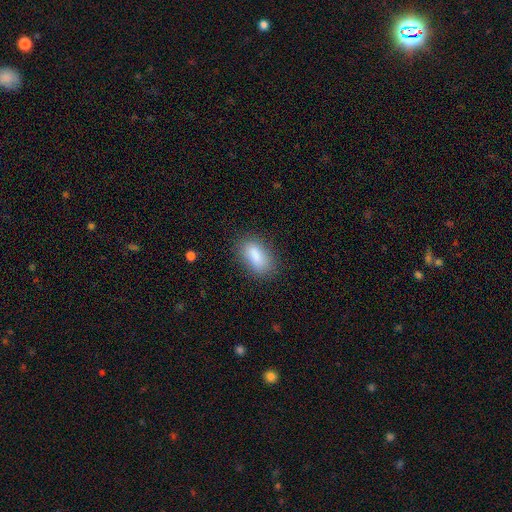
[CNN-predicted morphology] Smooth or featured? smooth (86%)
How rounded? in between (89%)
Merging? none (82%)